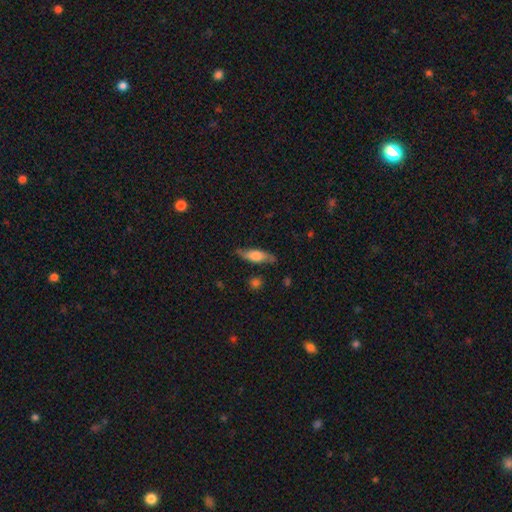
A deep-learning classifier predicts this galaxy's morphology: smooth-or-featured: smooth: 56% | featured or disk: 38% | star or artifact: 6%
  how-rounded: cigar-shaped: 53% | in between: 44% | round: 3%
  merging: none: 78% | minor disturbance: 17% | major disturbance: 4% | merger: 2%